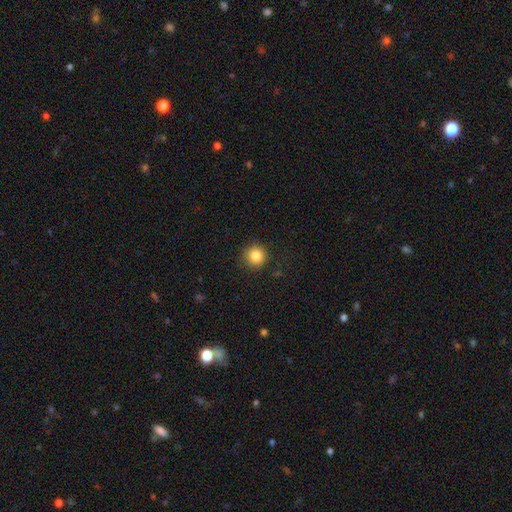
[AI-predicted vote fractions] A smooth galaxy with no disk features (84%) that is round (94%).

Vote fractions:
- Smooth or featured? smooth: 84% / star or artifact: 11% / featured or disk: 5%
- How rounded? round: 94% / in between: 5% / cigar-shaped: 1%
- Merging? none: 90% / minor disturbance: 7% / major disturbance: 2% / merger: 1%